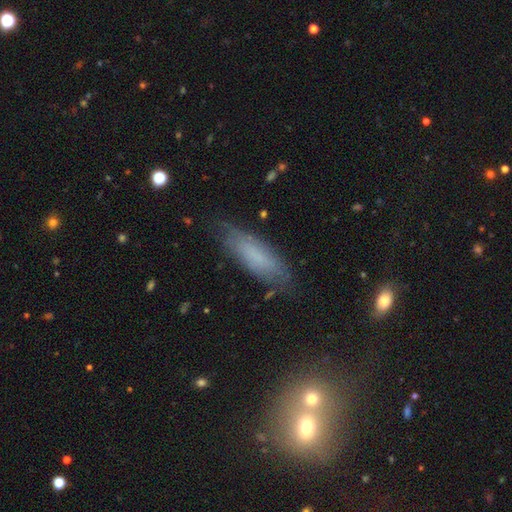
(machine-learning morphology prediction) smooth 66%, featured or disk 25%, star or artifact 9%. Down the decision tree: how rounded — cigar-shaped (50%); merging — none (75%).